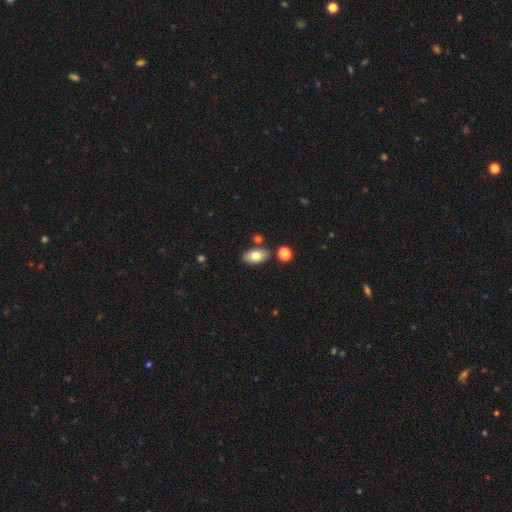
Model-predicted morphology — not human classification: The model was most divided on "smooth or featured": smooth: 77%, featured or disk: 15%, star or artifact: 8%. More confident: how rounded — in between (93%); merging — none (80%).